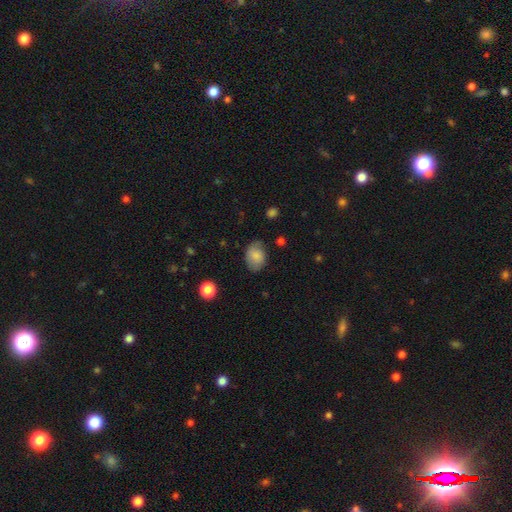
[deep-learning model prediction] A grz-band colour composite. It shows a smooth galaxy with no disk features (79%) that is in between round and cigar-shaped (70%). Merging: none (66%).